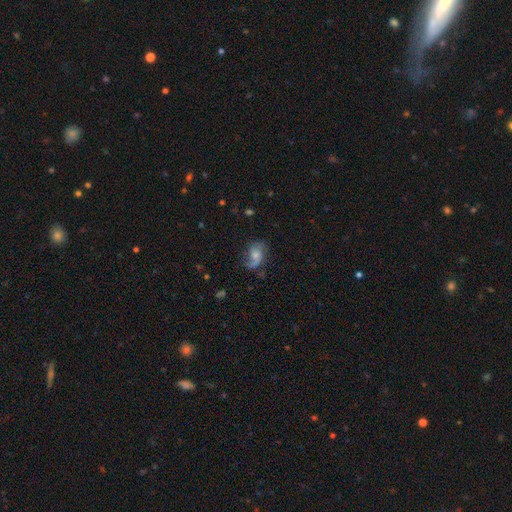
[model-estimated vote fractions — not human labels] smooth-or-featured: featured or disk: 69% | smooth: 23% | star or artifact: 8%
  disk-edge-on: no: 97% | yes: 3%
    bar: no: 65% | weak: 30% | strong: 5%
    has-spiral-arms: yes: 92% | no: 8%
      spiral-winding: loose: 55% | medium: 34% | tight: 11%
      spiral-arm-count: 2: 63% | 1: 28% | can't tell: 5% | 3: 1% | 4: 1% | more than 4: 1%
    bulge-size: moderate: 41% | small: 39% | none: 11% | large: 7% | dominant: 2%
  merging: none: 56% | minor disturbance: 23% | major disturbance: 18% | merger: 2%